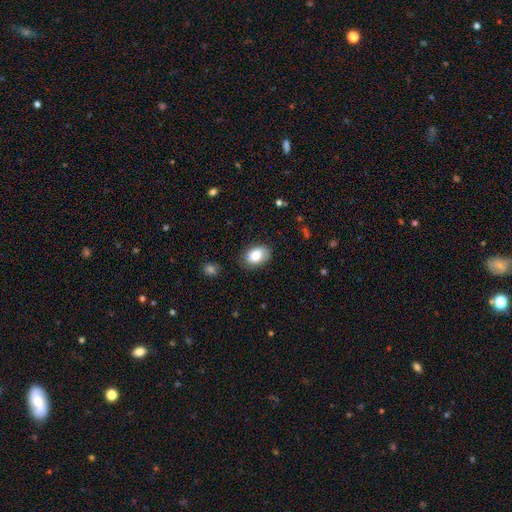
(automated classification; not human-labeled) A smooth galaxy with no disk features (80%) that is in between round and cigar-shaped (80%). Merging: none (79%).